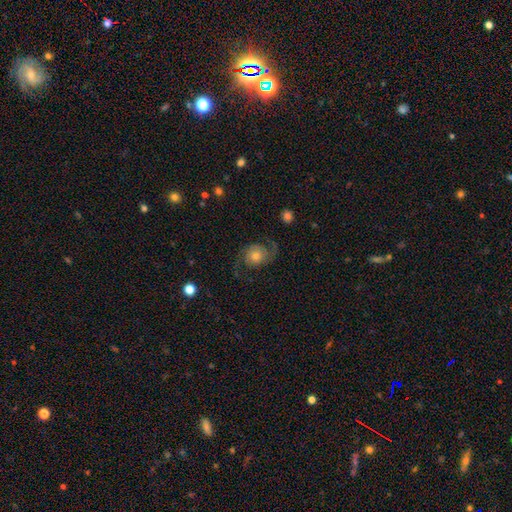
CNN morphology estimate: A featured or disk galaxy (80%) with no bar (77%), 2 (93%) medium (44%) spiral arms (96%) and a moderate central bulge (52%). Merging: none (75%).